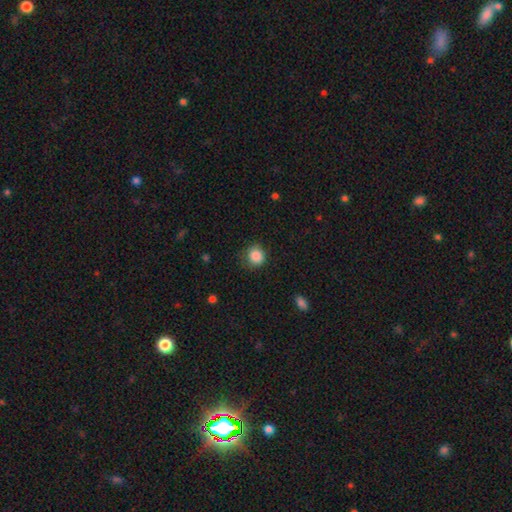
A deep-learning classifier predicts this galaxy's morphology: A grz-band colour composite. It shows a smooth galaxy with no disk features (87%) that is round (84%). Merging: none (74%).